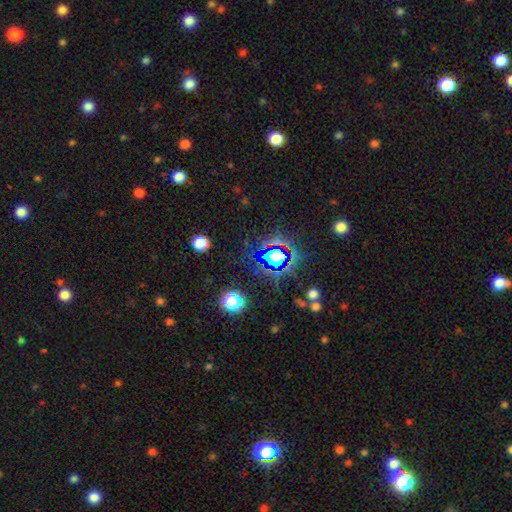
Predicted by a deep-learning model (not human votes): Overall: star or artifact (79%).